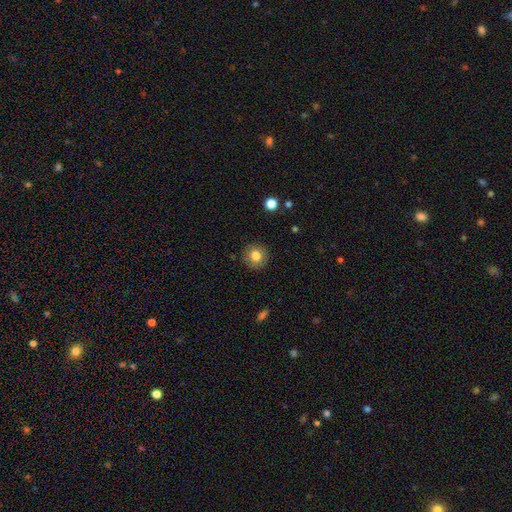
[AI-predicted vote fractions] Smooth or featured?
  - smooth: 79% *
  - featured or disk: 12%
  - star or artifact: 9%
How rounded?
  - round: 92% *
  - in between: 7%
  - cigar-shaped: 1%
Merging?
  - none: 90% *
  - minor disturbance: 7%
  - major disturbance: 2%
  - merger: 1%